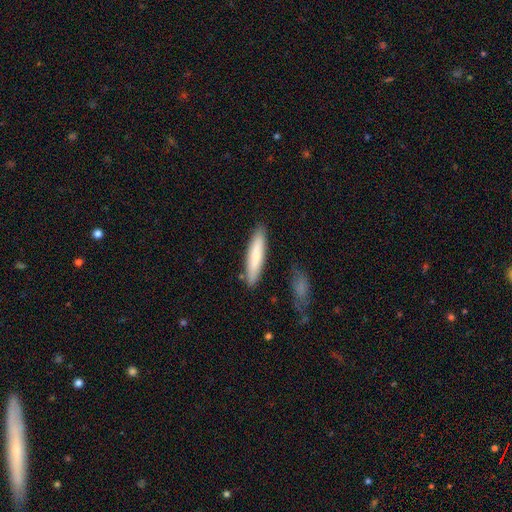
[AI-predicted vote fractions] Smooth or featured? smooth (75%)
How rounded? cigar-shaped (83%)
Merging? none (84%)